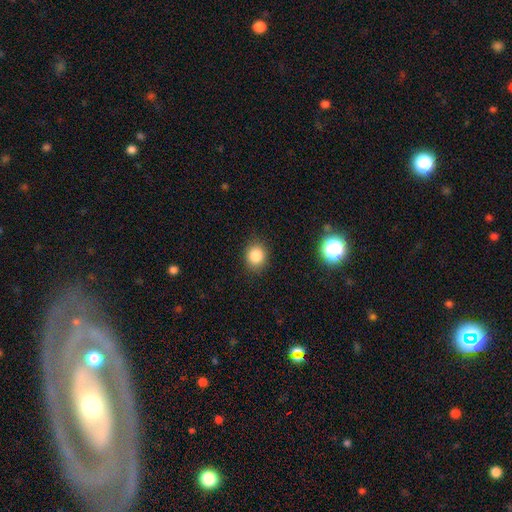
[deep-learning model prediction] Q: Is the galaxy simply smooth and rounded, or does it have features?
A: smooth — 83%.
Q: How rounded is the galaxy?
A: round — 71%.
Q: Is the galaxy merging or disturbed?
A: none — 86%.